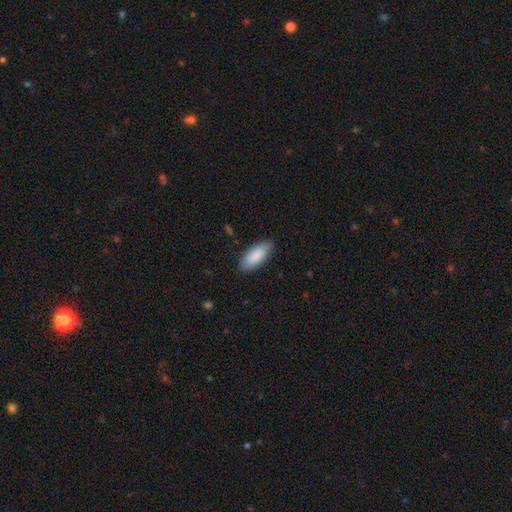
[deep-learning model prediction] smooth-or-featured: smooth: 88% | featured or disk: 7% | star or artifact: 5%
  how-rounded: in between: 84% | cigar-shaped: 14% | round: 2%
  merging: none: 86% | minor disturbance: 10% | major disturbance: 2% | merger: 1%